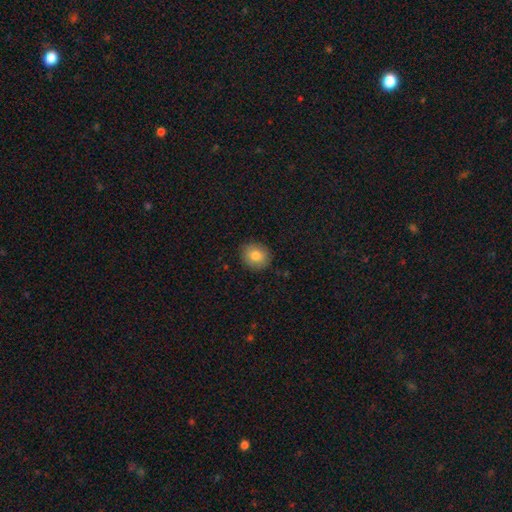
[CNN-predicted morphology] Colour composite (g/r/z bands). It shows a smooth galaxy with no disk features (81%) that is round (77%). Merging: none (88%).